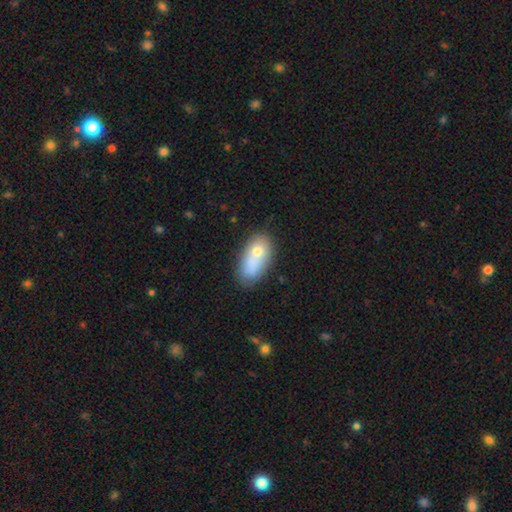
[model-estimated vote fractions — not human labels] Morphology: type=smooth (70%); roundness=in between (87%); merging=none (38%).